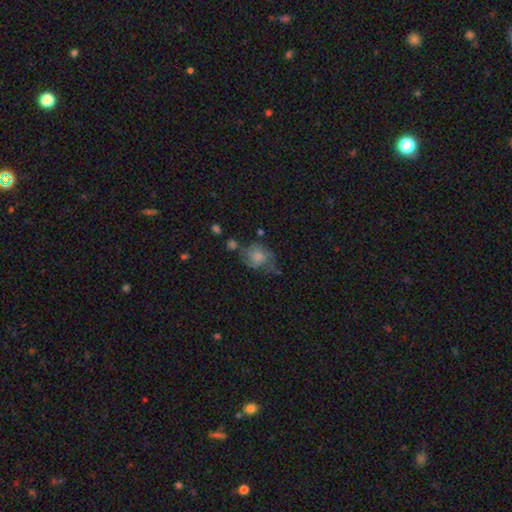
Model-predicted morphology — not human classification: This appears to be a featured or disk galaxy (44%). Merging: none (53%).